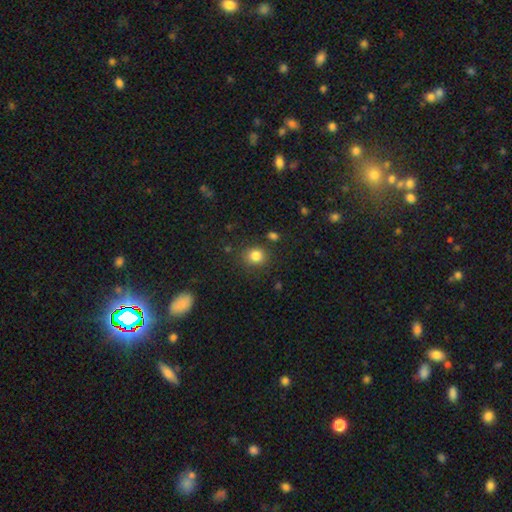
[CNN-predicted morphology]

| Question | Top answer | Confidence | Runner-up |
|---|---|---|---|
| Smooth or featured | smooth | 83% | star or artifact (12%) |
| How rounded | round | 81% | in between (18%) |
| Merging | none | 84% | minor disturbance (9%) |